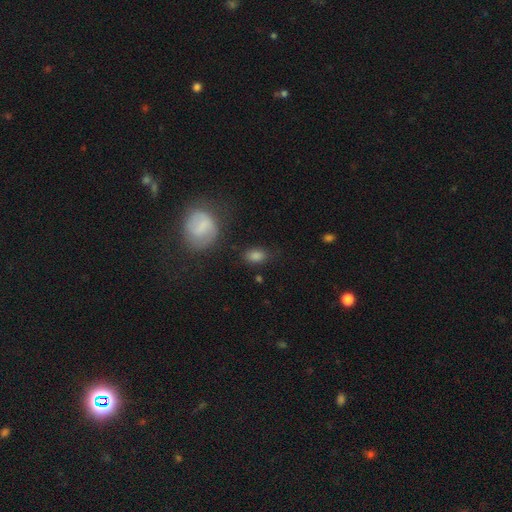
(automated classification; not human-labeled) This appears to be a smooth galaxy with no disk features (81%) that is in between round and cigar-shaped (83%). Merging: none (76%).